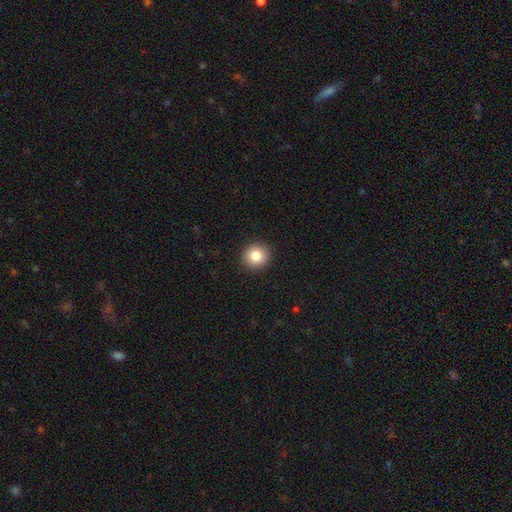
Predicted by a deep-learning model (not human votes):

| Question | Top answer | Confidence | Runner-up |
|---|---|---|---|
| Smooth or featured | smooth | 85% | star or artifact (9%) |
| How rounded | round | 90% | in between (9%) |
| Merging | none | 92% | minor disturbance (5%) |